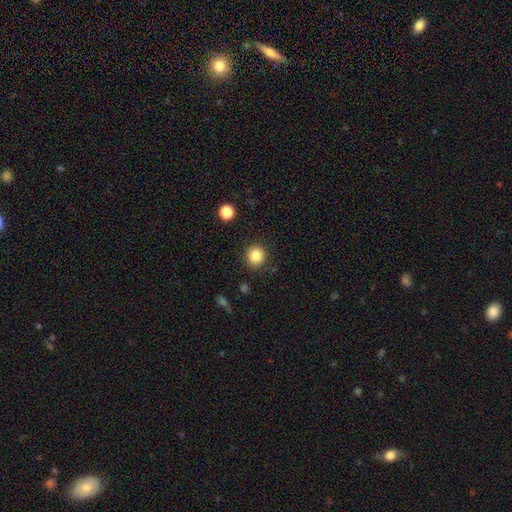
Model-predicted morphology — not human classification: Smooth or featured?
  - smooth: 84% *
  - star or artifact: 11%
  - featured or disk: 5%
How rounded?
  - round: 92% *
  - in between: 7%
  - cigar-shaped: 1%
Merging?
  - none: 90% *
  - minor disturbance: 6%
  - major disturbance: 2%
  - merger: 1%